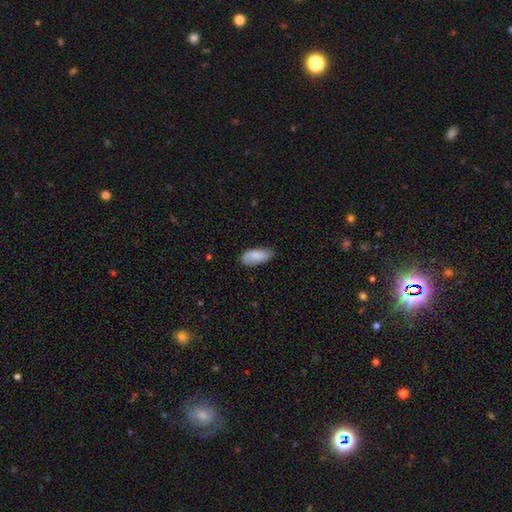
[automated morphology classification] Overall: smooth (81%). How rounded: in between (89%). Merging: none (73%).